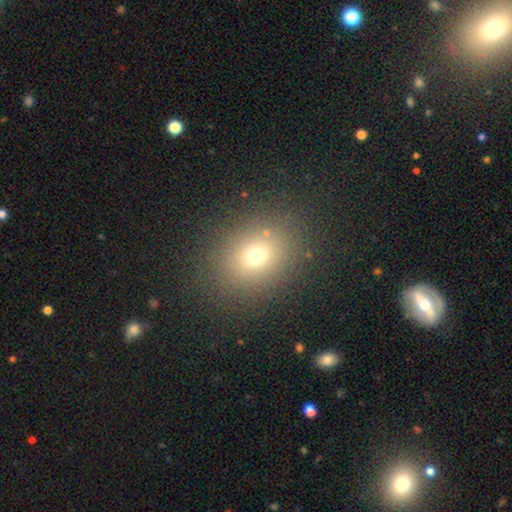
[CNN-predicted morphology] Overall: smooth (70%). How rounded: round (53%; in between 46%). Merging: none (85%).